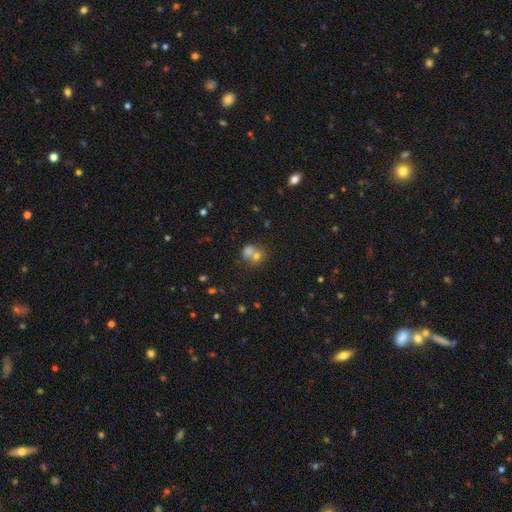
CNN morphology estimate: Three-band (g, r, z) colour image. It shows a smooth galaxy with no disk features (66%) that is round (71%). Merging: merger (61%).